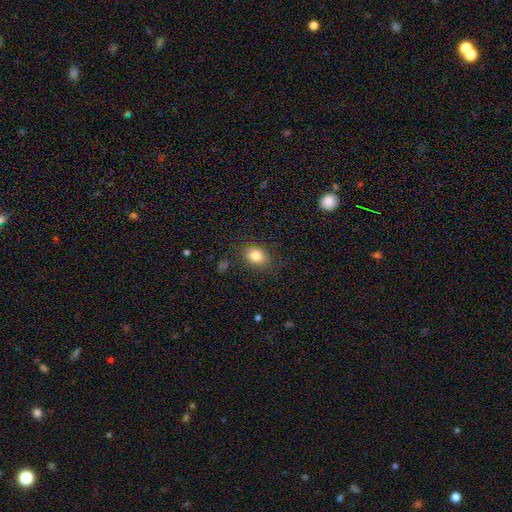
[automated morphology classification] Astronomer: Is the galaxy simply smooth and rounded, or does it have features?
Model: smooth — 82%.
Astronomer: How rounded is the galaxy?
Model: in between — 65%.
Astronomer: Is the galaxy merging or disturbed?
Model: none — 80%.